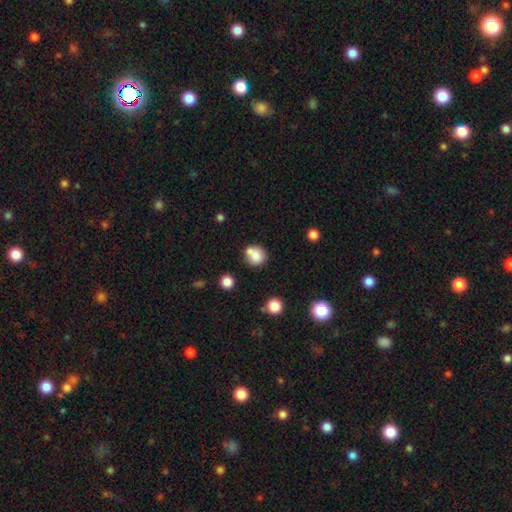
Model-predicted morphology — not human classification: Overall: smooth (78%). How rounded: round (78%). Merging: none (50%; merger 30%).